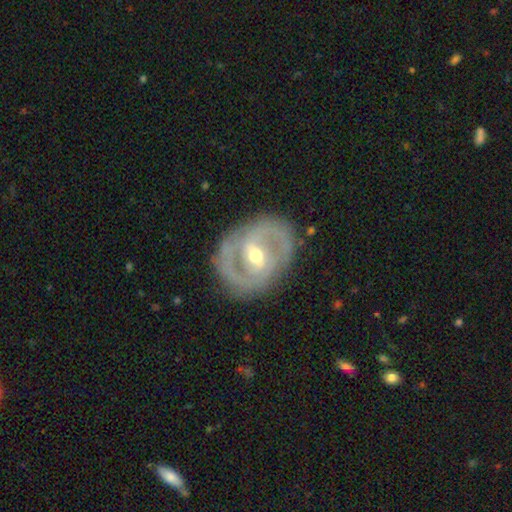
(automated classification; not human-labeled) Smooth or featured? Predicted: featured or disk (p=0.84). Edge-on disk? Predicted: no (p=0.96). Bar? Predicted: weak (p=0.48). Spiral arms? Predicted: yes (p=0.83). Spiral winding? Predicted: tight (p=0.47). Spiral arm count? Predicted: 2 (p=0.76). Bulge size? Predicted: moderate (p=0.67). Merging? Predicted: none (p=0.80).